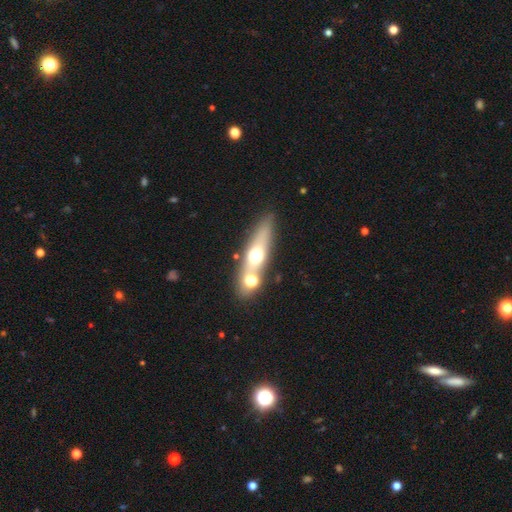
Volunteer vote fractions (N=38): This is possibly a featured or disk galaxy (50%). It is clearly viewed edge-on (84%). Edge-on bulge: likely rounded (75%). Merging: likely none (69%).